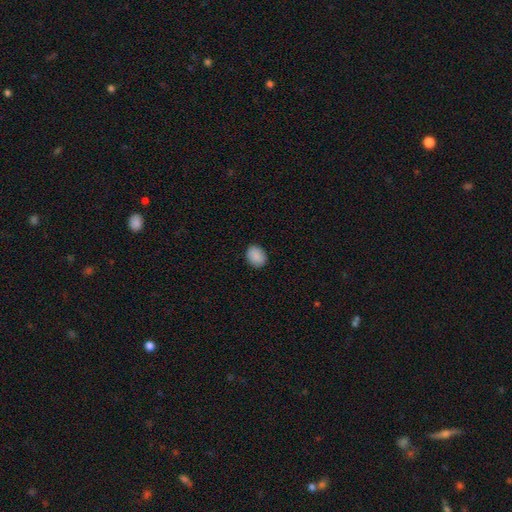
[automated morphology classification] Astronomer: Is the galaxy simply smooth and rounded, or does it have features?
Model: smooth — 89%.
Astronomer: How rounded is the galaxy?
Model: in between — 56% (runner-up: round, 43%).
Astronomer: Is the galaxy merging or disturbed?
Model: none — 89%.